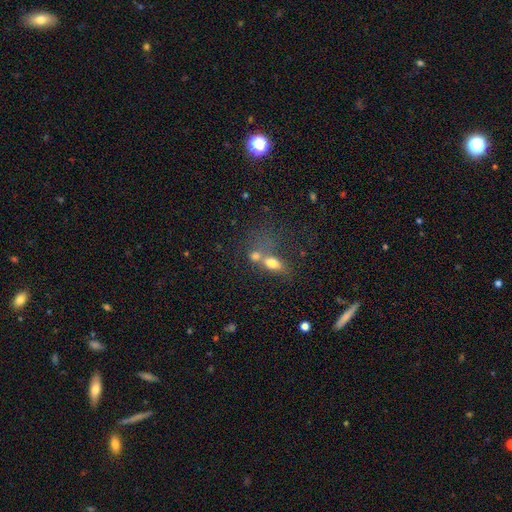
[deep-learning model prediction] Smooth or featured? smooth (69%)
How rounded? in between (62%)
Merging? merger (56%)